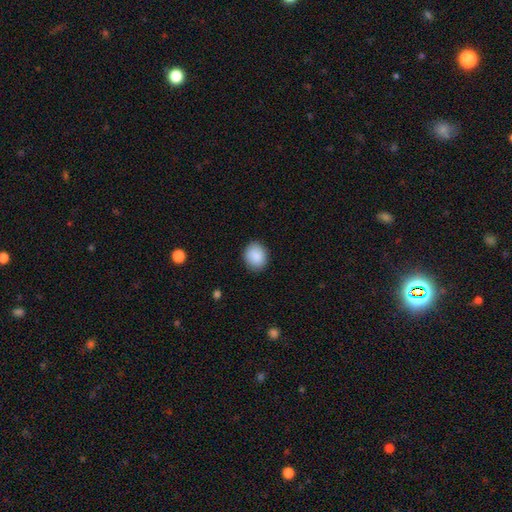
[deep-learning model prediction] Overall: smooth (89%). How rounded: round (62%; in between 37%). Merging: none (88%).